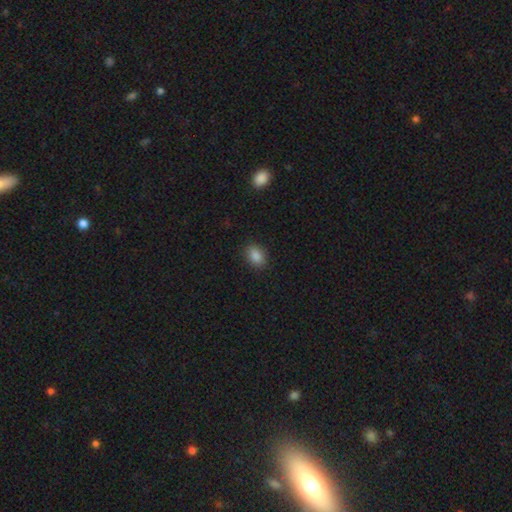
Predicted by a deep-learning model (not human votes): A smooth galaxy with no disk features (87%) that is in between round and cigar-shaped (78%).

Vote fractions:
- Smooth or featured? smooth: 87% / star or artifact: 9% / featured or disk: 4%
- How rounded? in between: 78% / round: 20% / cigar-shaped: 1%
- Merging? none: 88% / minor disturbance: 9% / major disturbance: 2% / merger: 1%